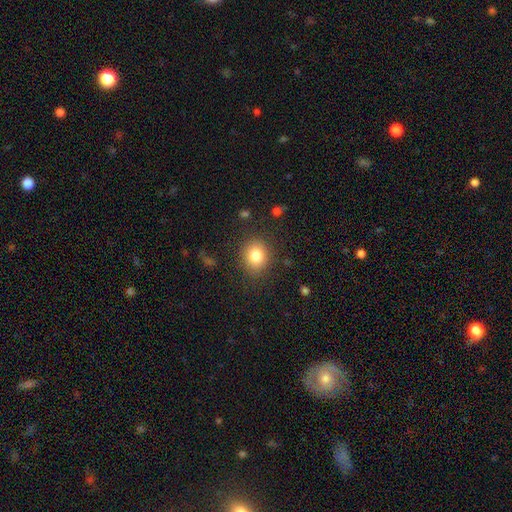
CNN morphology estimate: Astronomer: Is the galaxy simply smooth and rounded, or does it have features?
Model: smooth — 83%.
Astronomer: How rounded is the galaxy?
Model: round — 66%.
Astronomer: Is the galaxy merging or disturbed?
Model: none — 85%.